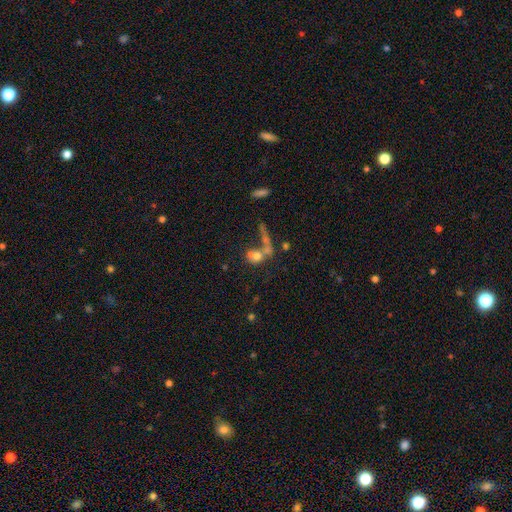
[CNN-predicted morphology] Smooth or featured?
  - smooth: 59% *
  - featured or disk: 28%
  - star or artifact: 13%
How rounded?
  - in between: 52% *
  - round: 42%
  - cigar-shaped: 5%
Merging?
  - merger: 52% *
  - none: 22%
  - major disturbance: 18%
  - minor disturbance: 9%